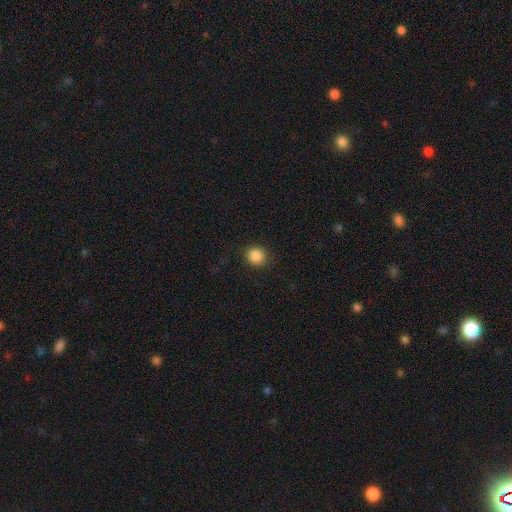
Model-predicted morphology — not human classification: This is clearly a smooth galaxy (87%). How rounded: clearly round (86%). Merging: clearly none (90%).